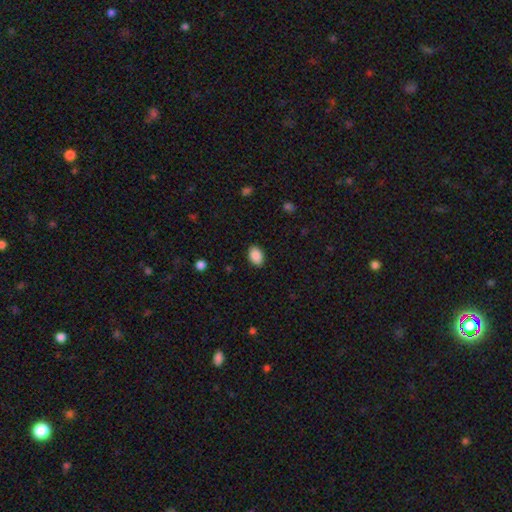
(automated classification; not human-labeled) A smooth galaxy with no disk features (89%) that is in between round and cigar-shaped (82%). Merging: none (89%).